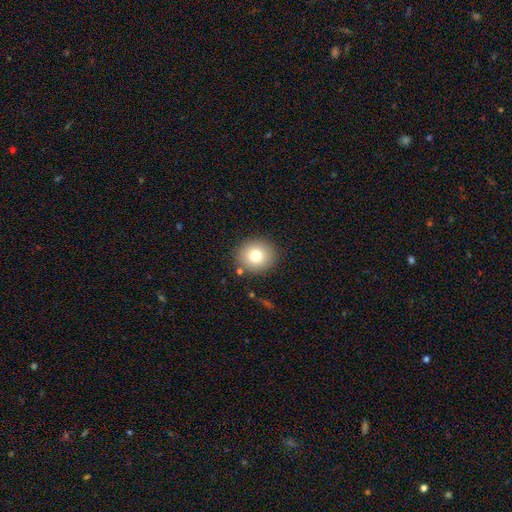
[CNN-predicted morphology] smooth 78%, featured or disk 12%, star or artifact 11%. Down the decision tree: how rounded — round (81%); merging — none (87%).